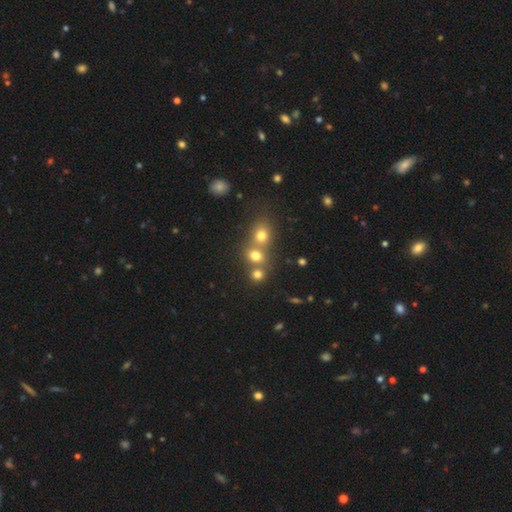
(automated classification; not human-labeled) Q: Smooth or featured?
A: smooth (73%); runner-up: star or artifact (17%)
Q: How rounded?
A: round (74%); runner-up: in between (25%)
Q: Merging?
A: none (45%); tied with: merger (45%)